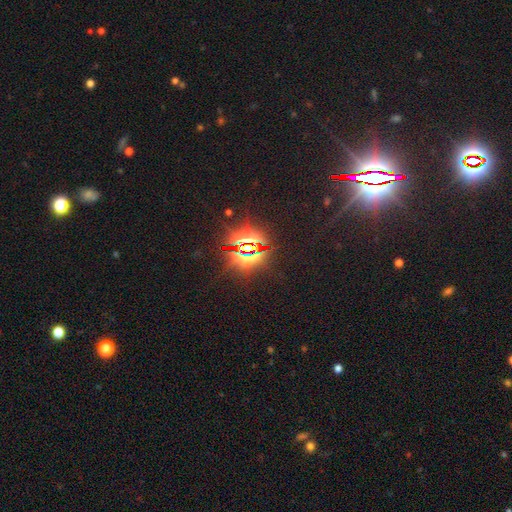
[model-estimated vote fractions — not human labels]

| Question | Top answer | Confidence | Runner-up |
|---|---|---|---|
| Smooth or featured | star or artifact | 84% | smooth (8%) |